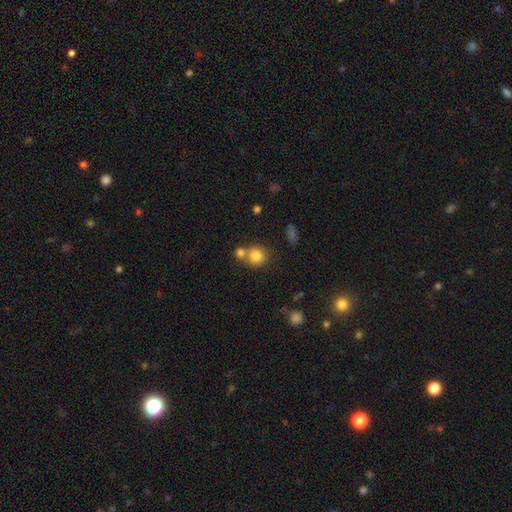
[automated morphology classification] A smooth galaxy with no disk features (81%) that is round (84%). Merging: none (55%).